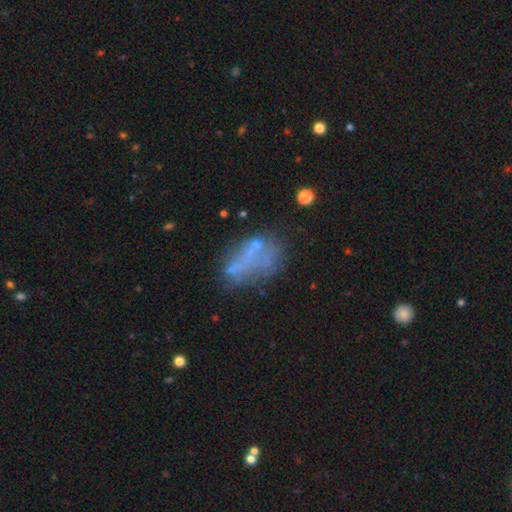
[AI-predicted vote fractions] Overall: featured or disk (46%; smooth 37%). Merging: none (40%; major disturbance 23%).